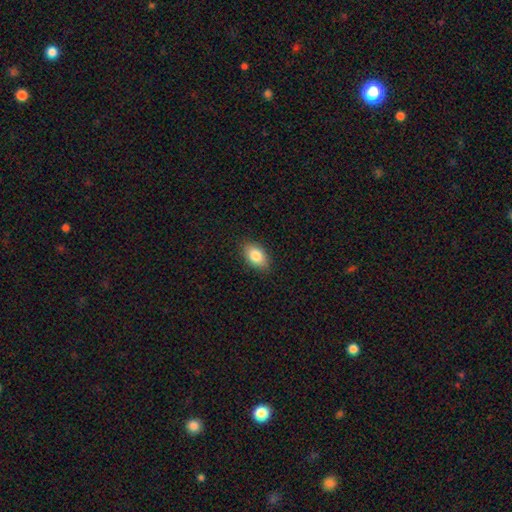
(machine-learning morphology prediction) This is clearly a smooth galaxy (85%). How rounded: clearly in between (90%). Merging: clearly none (87%).